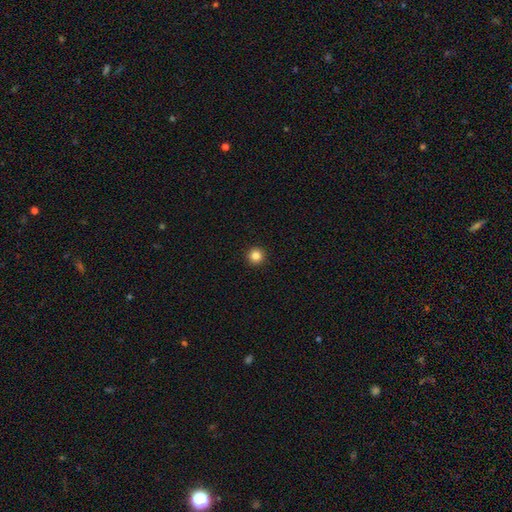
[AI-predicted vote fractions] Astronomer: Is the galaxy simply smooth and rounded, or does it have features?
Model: smooth — 84%.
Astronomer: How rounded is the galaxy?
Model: round — 96%.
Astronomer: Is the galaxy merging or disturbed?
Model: none — 94%.